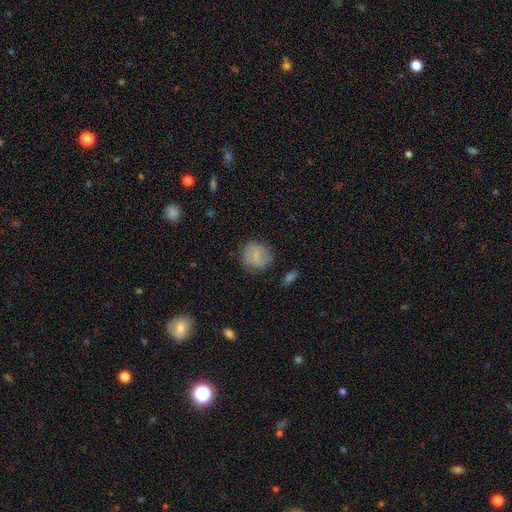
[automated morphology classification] A smooth galaxy with no disk features (70%) that is round (82%).

Vote fractions:
- Smooth or featured? smooth: 70% / featured or disk: 21% / star or artifact: 8%
- How rounded? round: 82% / in between: 17% / cigar-shaped: 1%
- Merging? none: 74% / minor disturbance: 18% / major disturbance: 6% / merger: 2%